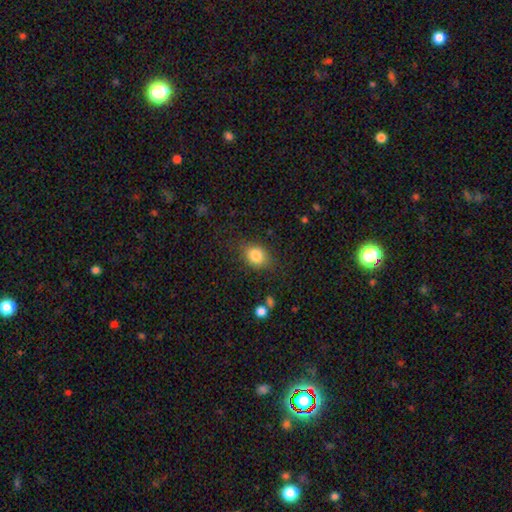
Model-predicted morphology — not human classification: This appears to be a smooth galaxy with no disk features (83%) that is in between round and cigar-shaped (57%). Merging: none (78%).